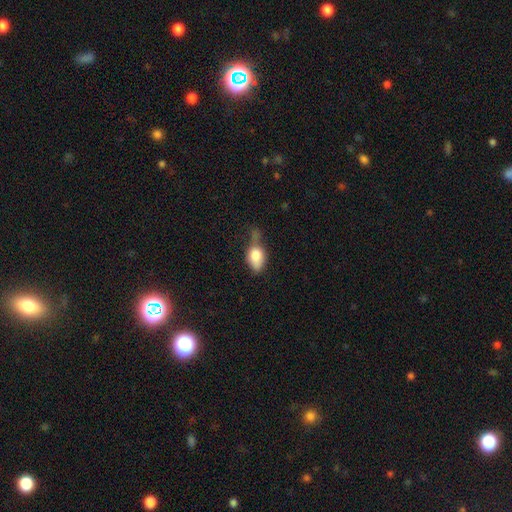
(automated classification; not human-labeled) smooth_or_featured: smooth (p=0.75) [alt: featured or disk p=0.16]
how_rounded: in between (p=0.80) [alt: round p=0.16]
merging: minor disturbance (p=0.35) [alt: none p=0.30]